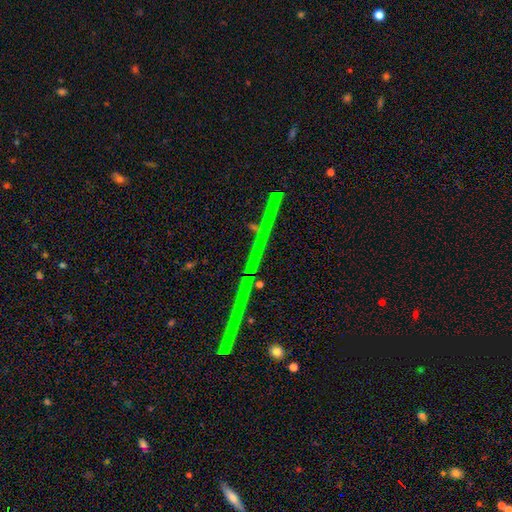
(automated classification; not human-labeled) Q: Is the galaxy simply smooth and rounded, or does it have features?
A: star or artifact — 68%.